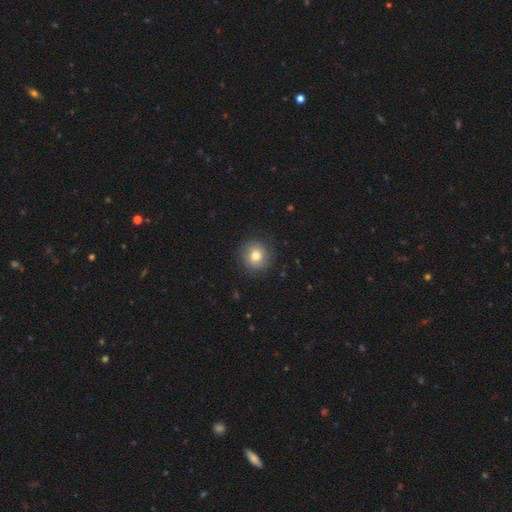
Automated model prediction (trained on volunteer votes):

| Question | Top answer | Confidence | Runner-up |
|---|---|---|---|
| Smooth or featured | smooth | 75% | featured or disk (16%) |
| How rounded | round | 88% | in between (11%) |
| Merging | none | 84% | minor disturbance (11%) |